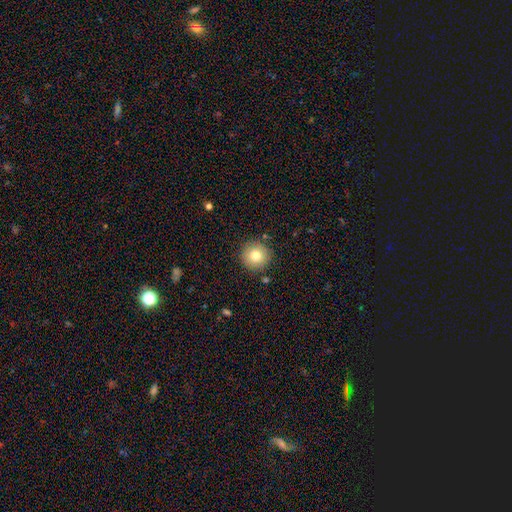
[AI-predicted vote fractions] Smooth or featured? smooth (78%)
How rounded? round (95%)
Merging? none (88%)